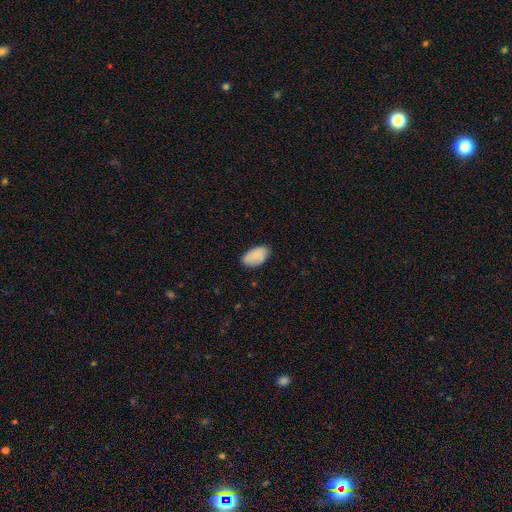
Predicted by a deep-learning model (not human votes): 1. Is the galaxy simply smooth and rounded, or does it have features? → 86% smooth, 8% featured or disk, 7% star or artifact.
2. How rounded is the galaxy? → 94% in between, 4% round, 2% cigar-shaped.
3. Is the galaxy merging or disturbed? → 81% none, 15% minor disturbance, 3% major disturbance, 1% merger.